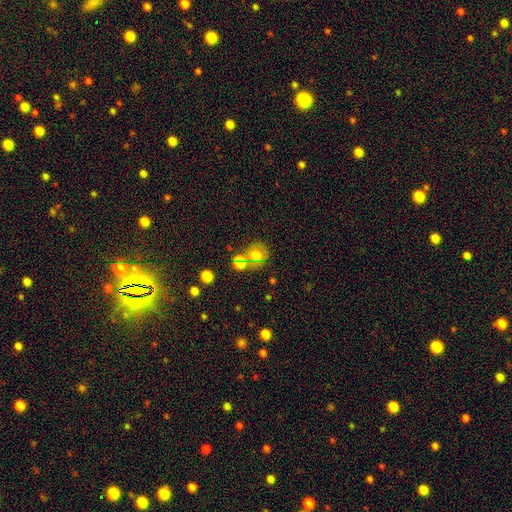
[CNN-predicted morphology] Smooth or featured? smooth (61%)
How rounded? round (81%)
Merging? none (65%)